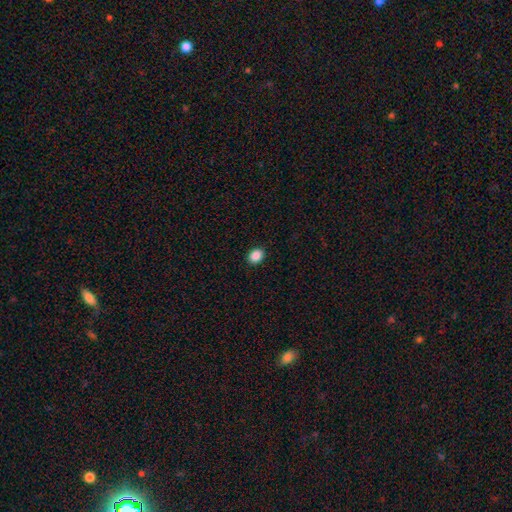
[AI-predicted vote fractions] Q: Smooth or featured?
A: smooth (88%); runner-up: star or artifact (9%)
Q: How rounded?
A: in between (60%); runner-up: round (39%)
Q: Merging?
A: none (91%); runner-up: minor disturbance (7%)